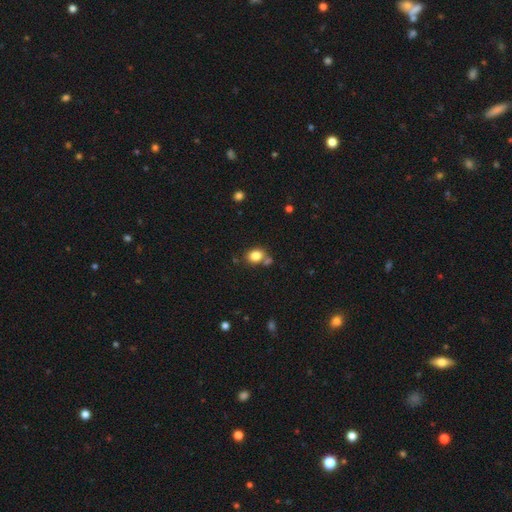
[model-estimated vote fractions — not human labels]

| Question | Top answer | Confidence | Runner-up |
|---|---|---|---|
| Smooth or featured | smooth | 83% | star or artifact (11%) |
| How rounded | in between | 51% | round (48%) |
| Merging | none | 64% | merger (19%) |